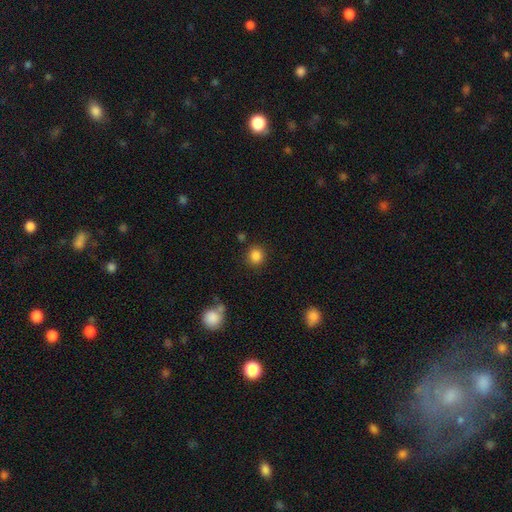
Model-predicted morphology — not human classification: A smooth galaxy with no disk features (85%) that is round (85%).

Vote fractions:
- Smooth or featured? smooth: 85% / star or artifact: 11% / featured or disk: 4%
- How rounded? round: 85% / in between: 14% / cigar-shaped: 1%
- Merging? none: 86% / minor disturbance: 8% / merger: 3% / major disturbance: 3%